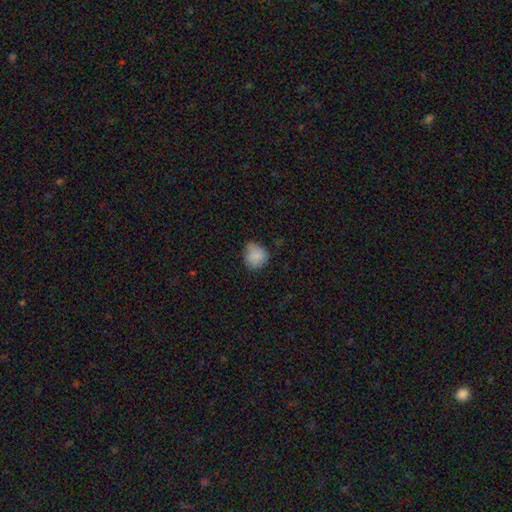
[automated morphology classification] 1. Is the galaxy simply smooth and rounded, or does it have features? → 84% smooth, 9% star or artifact, 7% featured or disk.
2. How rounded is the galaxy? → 81% round, 18% in between, 1% cigar-shaped.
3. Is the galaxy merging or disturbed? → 64% none, 29% minor disturbance, 5% major disturbance, 1% merger.